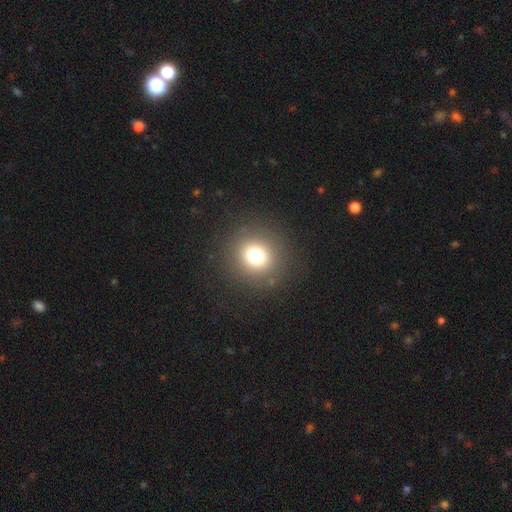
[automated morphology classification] Smooth or featured: smooth — 74% (star or artifact — 16%)
How rounded: round — 92% (in between — 7%)
Merging: none — 89% (minor disturbance — 6%)